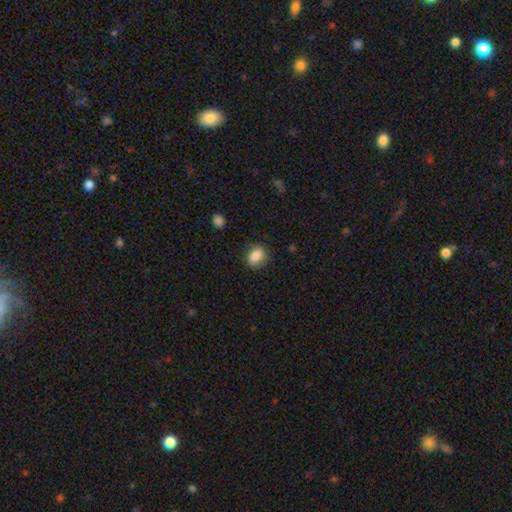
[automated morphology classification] Smooth or featured?
  - smooth: 83% *
  - featured or disk: 9%
  - star or artifact: 8%
How rounded?
  - in between: 60% *
  - round: 39%
  - cigar-shaped: 2%
Merging?
  - none: 79% *
  - minor disturbance: 16%
  - major disturbance: 4%
  - merger: 1%